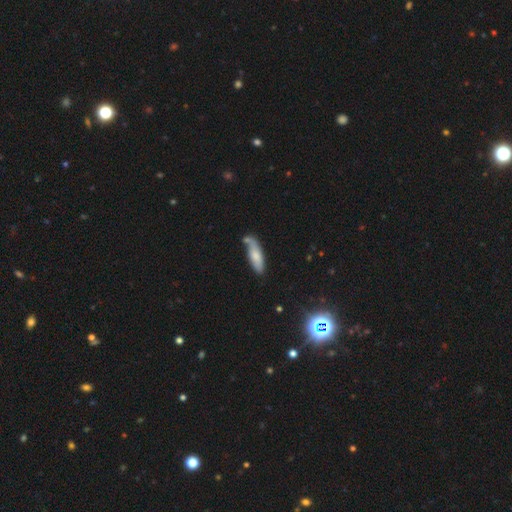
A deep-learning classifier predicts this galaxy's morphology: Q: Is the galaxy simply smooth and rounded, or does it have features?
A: smooth — 70%.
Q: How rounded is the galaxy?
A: in between — 51%.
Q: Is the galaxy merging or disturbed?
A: none — 54%.